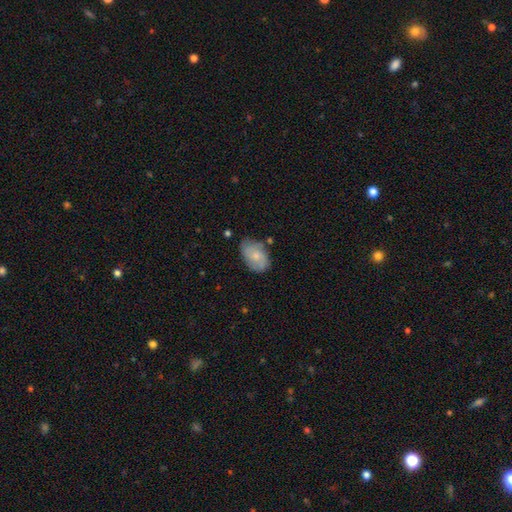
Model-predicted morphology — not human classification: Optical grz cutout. It shows a smooth galaxy with no disk features (58%) that is in between round and cigar-shaped (88%). Merging: none (65%).